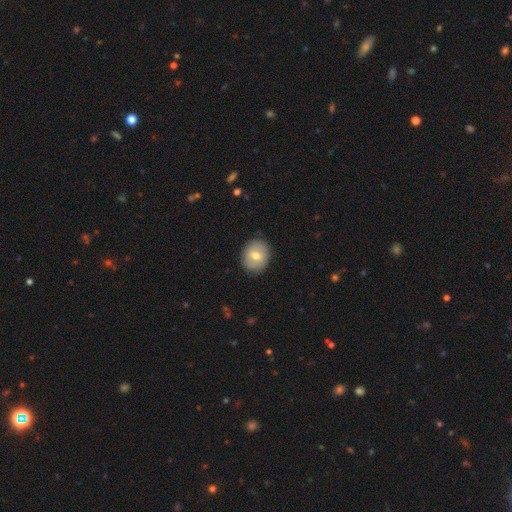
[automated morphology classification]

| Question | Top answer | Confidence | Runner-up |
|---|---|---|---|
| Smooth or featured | smooth | 67% | featured or disk (25%) |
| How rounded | round | 68% | in between (31%) |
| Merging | none | 86% | minor disturbance (11%) |